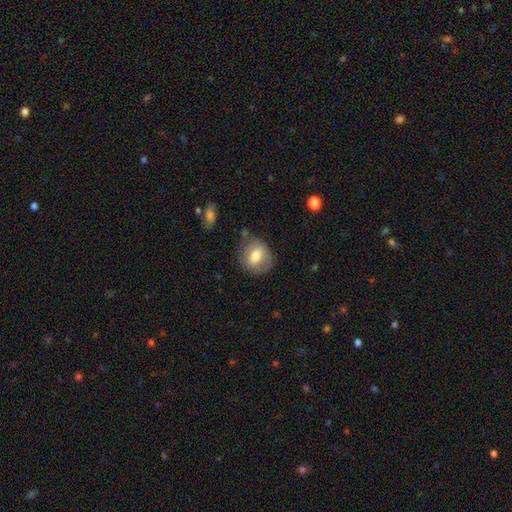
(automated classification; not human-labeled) This appears to be a smooth galaxy with no disk features (65%) that is round (73%). Merging: none (73%).